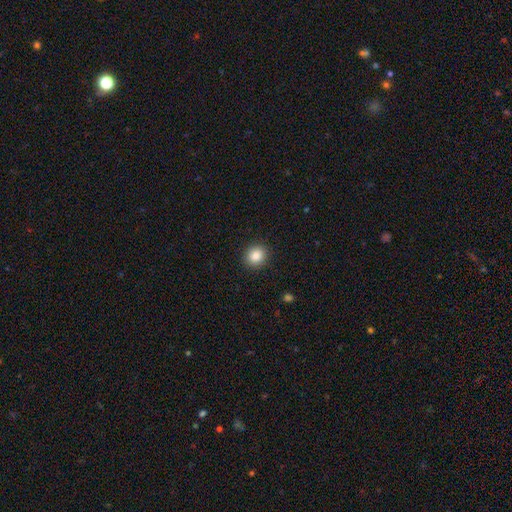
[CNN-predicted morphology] smooth 86%, star or artifact 9%, featured or disk 5%. Down the decision tree: how rounded — round (81%); merging — none (91%).